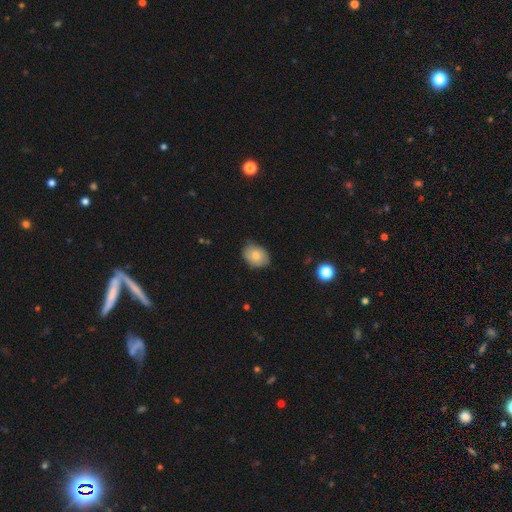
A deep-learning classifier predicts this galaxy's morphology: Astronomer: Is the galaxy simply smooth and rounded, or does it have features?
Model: smooth — 79%.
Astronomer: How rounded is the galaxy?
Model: in between — 70%.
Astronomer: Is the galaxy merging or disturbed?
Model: none — 75%.